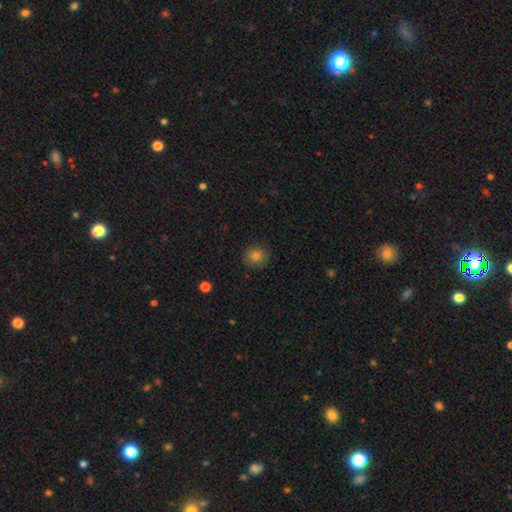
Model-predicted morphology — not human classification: smooth 81%, star or artifact 11%, featured or disk 8%. Down the decision tree: how rounded — round (90%); merging — none (87%).